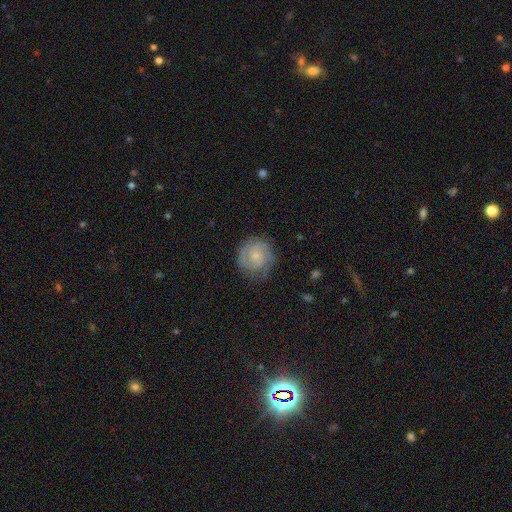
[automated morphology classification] Smooth or featured? featured or disk (73%)
Edge-on disk? no (98%)
Bar? no (71%)
Spiral arms? yes (95%)
Spiral winding? tight (61%)
Spiral arm count? 2 (53%)
Bulge size? small (64%)
Merging? none (76%)